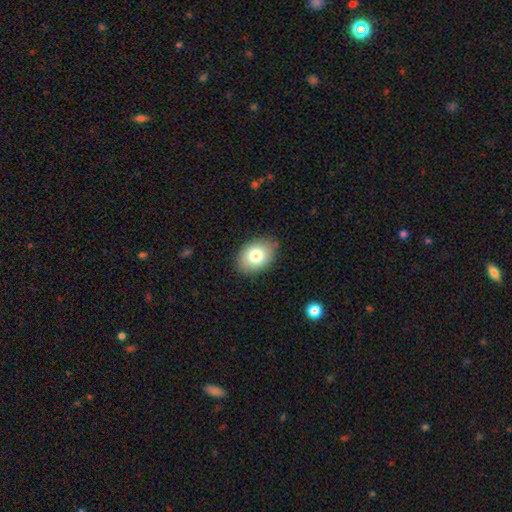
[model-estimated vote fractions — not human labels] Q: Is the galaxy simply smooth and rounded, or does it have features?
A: smooth — 80%.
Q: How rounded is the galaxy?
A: in between — 80%.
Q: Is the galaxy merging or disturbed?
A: none — 84%.